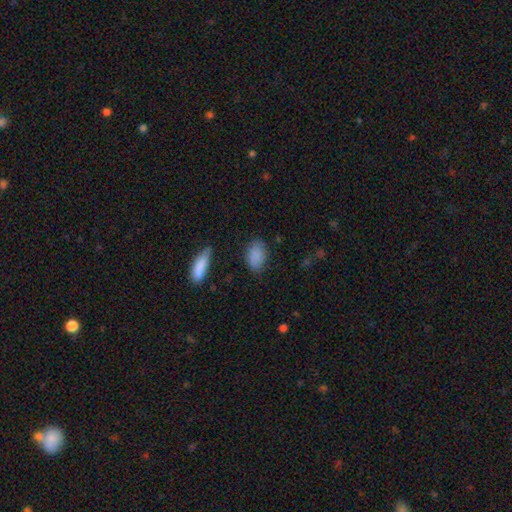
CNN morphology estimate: type=smooth (86%); roundness=in between (89%); merging=none (73%).